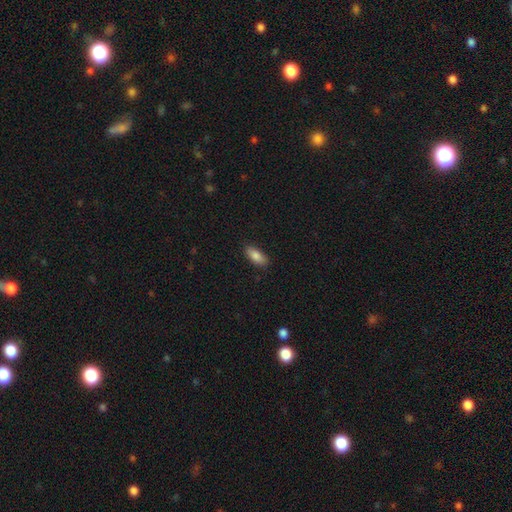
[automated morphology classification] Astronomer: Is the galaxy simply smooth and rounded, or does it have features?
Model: smooth — 85%.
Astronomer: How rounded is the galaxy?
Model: in between — 82%.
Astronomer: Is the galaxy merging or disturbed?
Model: none — 86%.